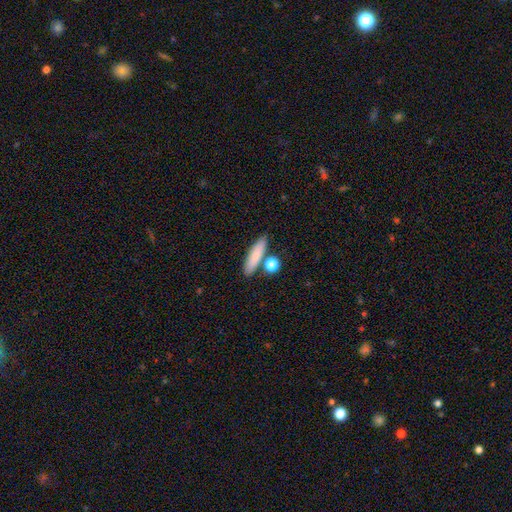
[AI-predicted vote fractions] Overall: smooth (81%). How rounded: cigar-shaped (64%; in between 29%). Merging: none (74%).